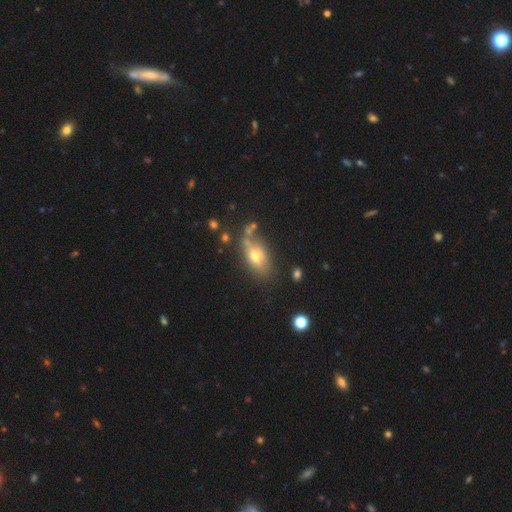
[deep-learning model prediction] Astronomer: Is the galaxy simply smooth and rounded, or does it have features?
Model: smooth — 56% (runner-up: featured or disk, 34%).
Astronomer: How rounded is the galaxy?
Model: in between — 80%.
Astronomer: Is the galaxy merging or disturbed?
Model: none — 61%.